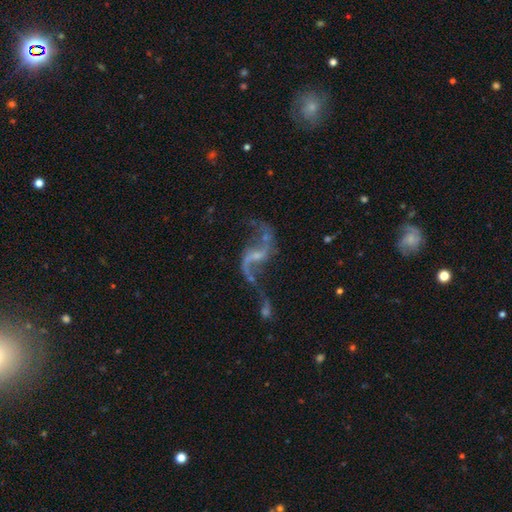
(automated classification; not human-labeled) Smooth or featured? featured or disk (90%)
Edge-on disk? no (97%)
Bar? weak (48%)
Spiral arms? yes (94%)
Spiral winding? loose (90%)
Spiral arm count? 2 (92%)
Bulge size? small (59%)
Merging? none (49%)